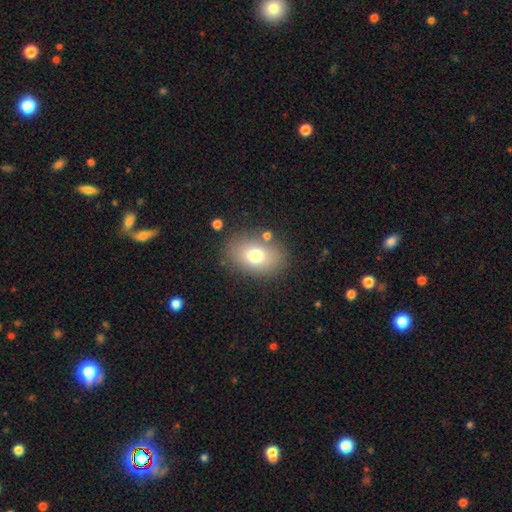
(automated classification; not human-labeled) Overall: smooth (74%). How rounded: in between (75%). Merging: none (81%).